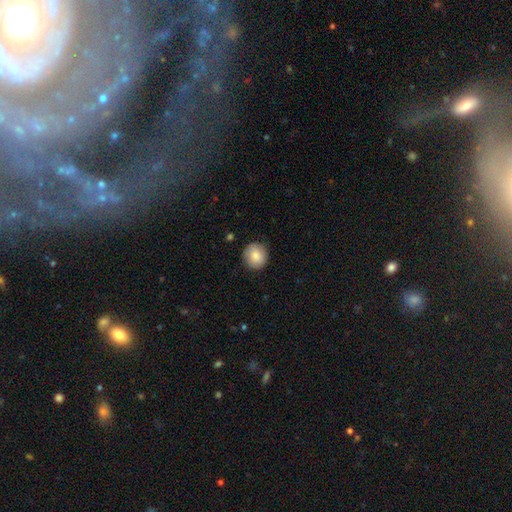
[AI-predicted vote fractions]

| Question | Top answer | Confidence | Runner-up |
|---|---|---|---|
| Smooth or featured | smooth | 85% | featured or disk (8%) |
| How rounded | round | 91% | in between (8%) |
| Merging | none | 88% | minor disturbance (9%) |